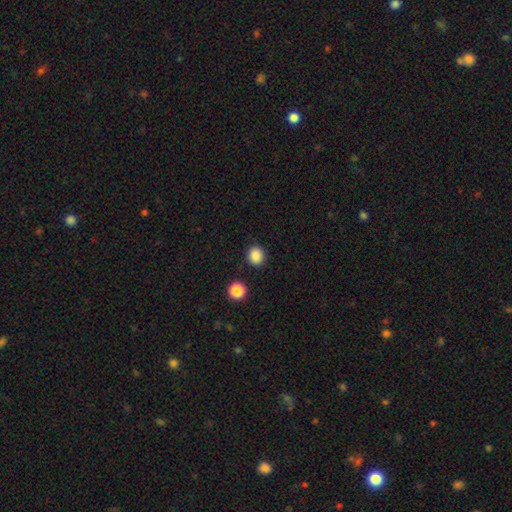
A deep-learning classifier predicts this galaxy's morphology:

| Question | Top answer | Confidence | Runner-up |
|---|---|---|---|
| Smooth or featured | smooth | 86% | star or artifact (11%) |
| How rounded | round | 84% | in between (15%) |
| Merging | none | 89% | minor disturbance (7%) |